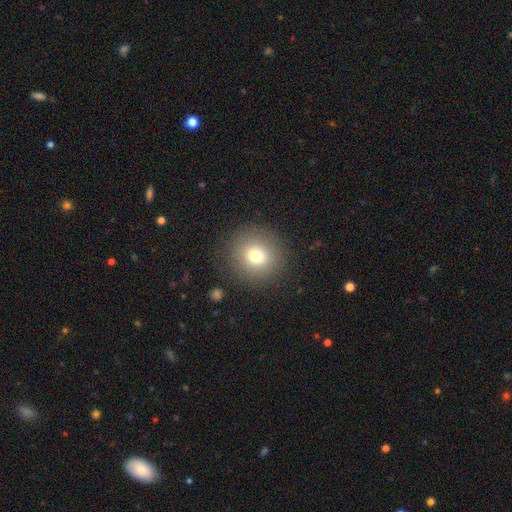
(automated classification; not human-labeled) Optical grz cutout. It shows a smooth galaxy with no disk features (75%) that is round (93%). Merging: none (88%).